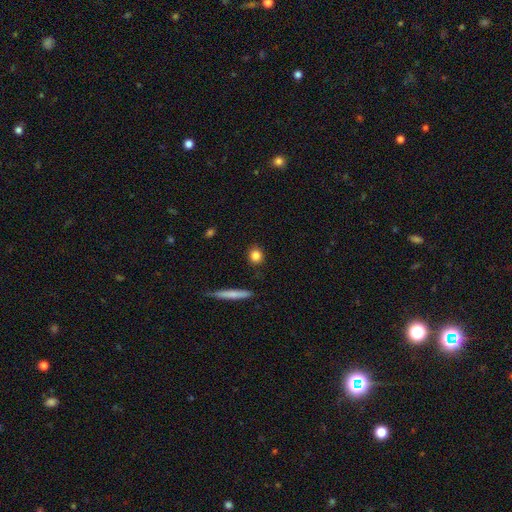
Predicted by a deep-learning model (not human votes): Smooth or featured: smooth — 84% (star or artifact — 8%)
How rounded: round — 68% (in between — 25%)
Merging: none — 86% (minor disturbance — 9%)